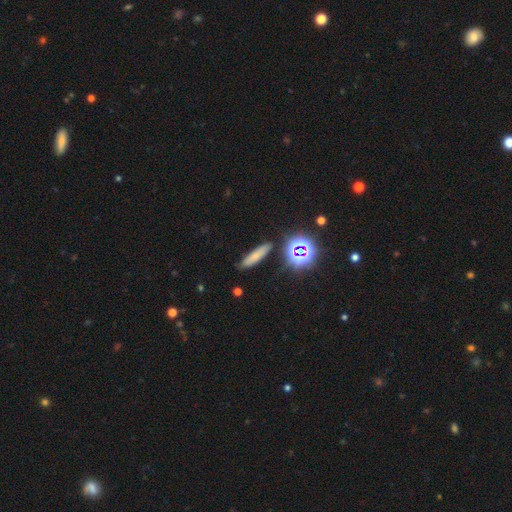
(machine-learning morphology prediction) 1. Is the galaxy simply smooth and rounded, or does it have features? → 67% smooth, 18% star or artifact, 15% featured or disk.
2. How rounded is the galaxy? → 71% cigar-shaped, 23% in between, 7% round.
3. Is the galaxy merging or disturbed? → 85% none, 10% minor disturbance, 3% merger, 3% major disturbance.